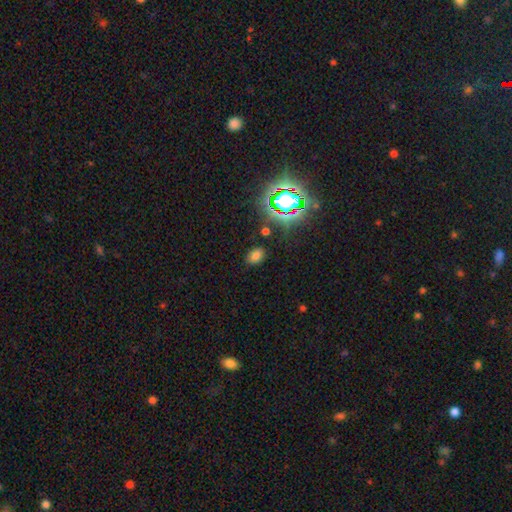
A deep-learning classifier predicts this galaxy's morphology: This appears to be a smooth galaxy with no disk features (65%) that is in between round and cigar-shaped (78%). Merging: none (83%).